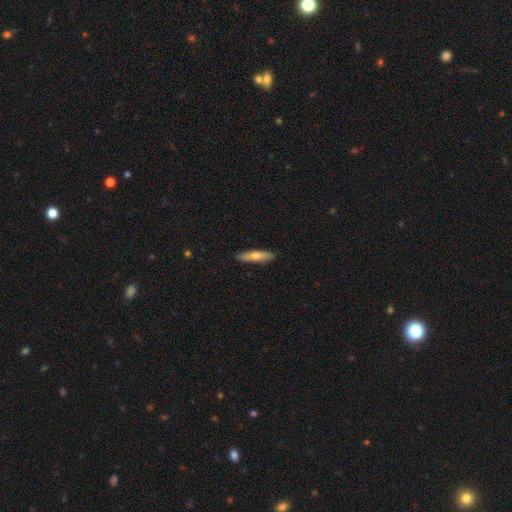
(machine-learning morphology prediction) Smooth or featured: smooth — 54% (featured or disk — 40%)
How rounded: cigar-shaped — 85% (in between — 13%)
Merging: none — 90% (minor disturbance — 7%)